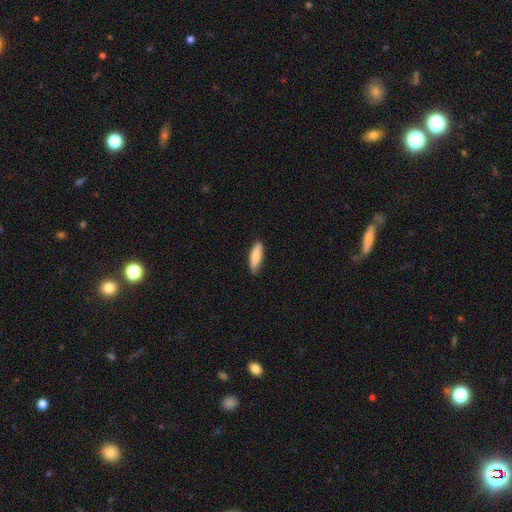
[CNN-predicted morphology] The model was most divided on "how rounded" (2-way tie): cigar-shaped: 49%, in between: 49%, round: 2%. More confident: merging — none (85%); smooth or featured — smooth (80%).